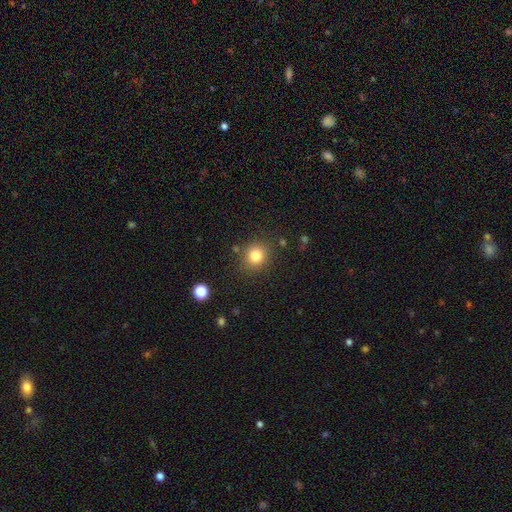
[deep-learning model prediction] smooth-or-featured: smooth: 82% | star or artifact: 12% | featured or disk: 7%
  how-rounded: round: 83% | in between: 16% | cigar-shaped: 1%
  merging: none: 83% | minor disturbance: 10% | major disturbance: 4% | merger: 3%